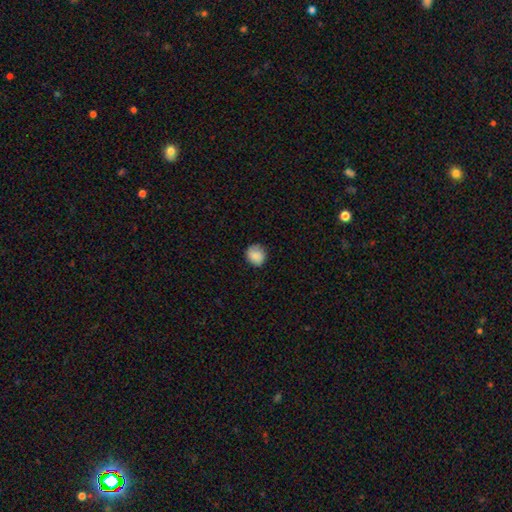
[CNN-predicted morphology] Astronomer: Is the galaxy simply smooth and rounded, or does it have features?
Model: smooth — 84%.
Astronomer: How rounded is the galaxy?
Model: round — 86%.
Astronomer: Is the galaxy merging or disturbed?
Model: none — 80%.